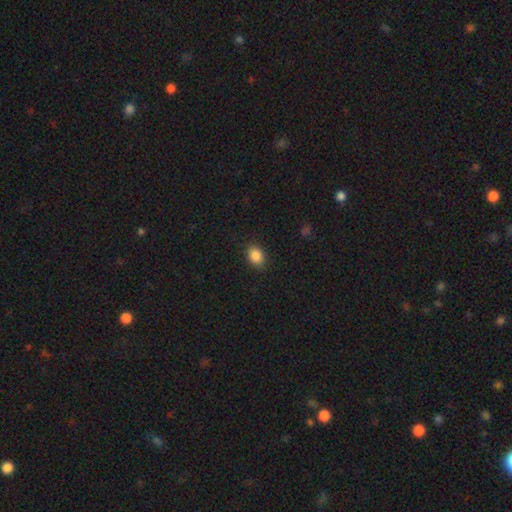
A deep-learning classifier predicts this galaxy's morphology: A smooth galaxy with no disk features (87%) that is in between round and cigar-shaped (69%). Merging: none (87%).